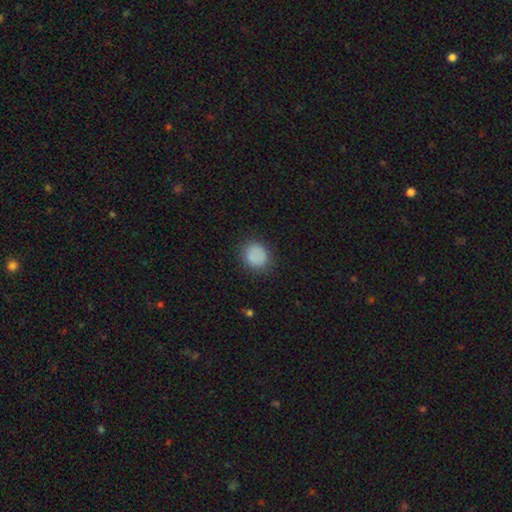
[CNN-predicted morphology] The model was most divided on "how rounded": round: 80%, in between: 20%, cigar-shaped: 1%. More confident: smooth or featured — smooth (83%); merging — none (83%).